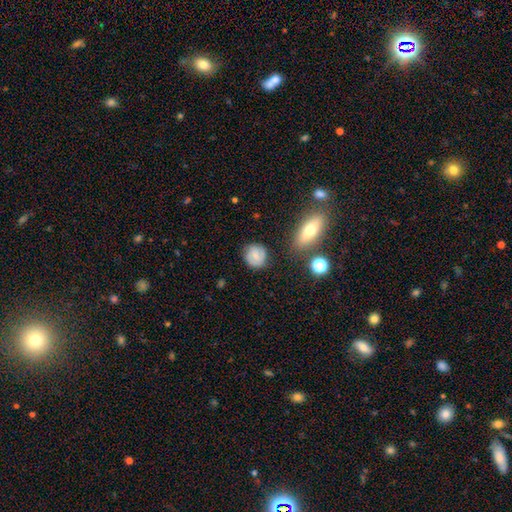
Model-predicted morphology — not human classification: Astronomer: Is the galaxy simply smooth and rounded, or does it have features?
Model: smooth — 61%.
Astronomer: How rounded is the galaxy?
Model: round — 82%.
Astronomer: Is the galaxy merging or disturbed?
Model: none — 77%.